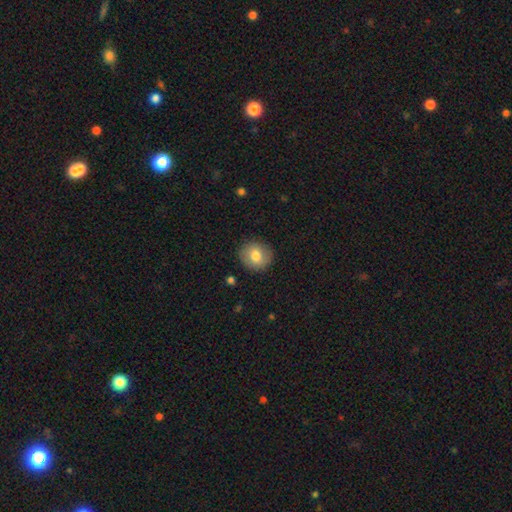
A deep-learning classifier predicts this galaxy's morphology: type=smooth (76%); roundness=round (82%); merging=none (88%).